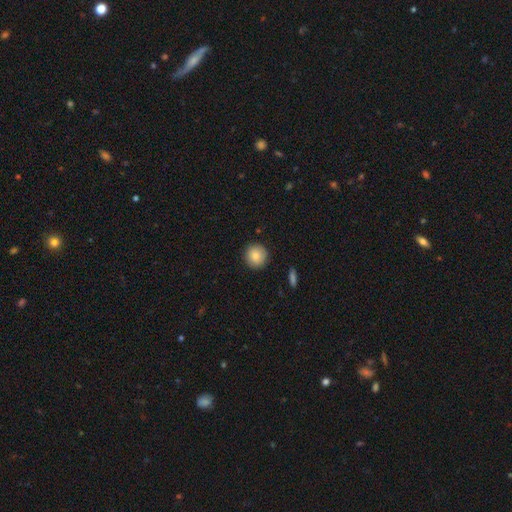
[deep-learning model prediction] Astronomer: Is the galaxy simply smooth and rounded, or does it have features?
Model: smooth — 82%.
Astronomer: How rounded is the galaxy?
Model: round — 94%.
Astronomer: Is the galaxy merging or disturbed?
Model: none — 89%.